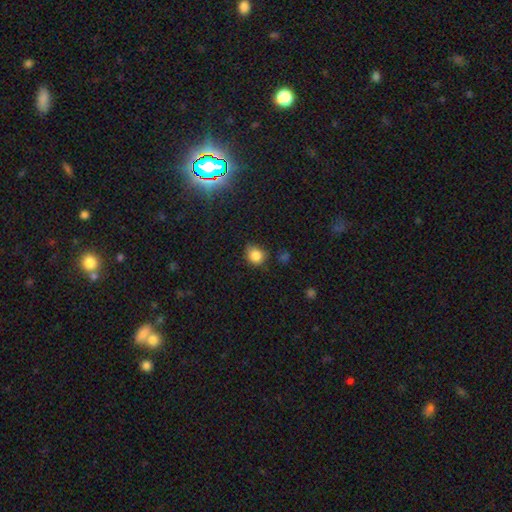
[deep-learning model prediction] Smooth or featured?
  - smooth: 83% *
  - star or artifact: 12%
  - featured or disk: 5%
How rounded?
  - round: 70% *
  - in between: 29%
  - cigar-shaped: 1%
Merging?
  - none: 63% *
  - minor disturbance: 28%
  - major disturbance: 6%
  - merger: 3%